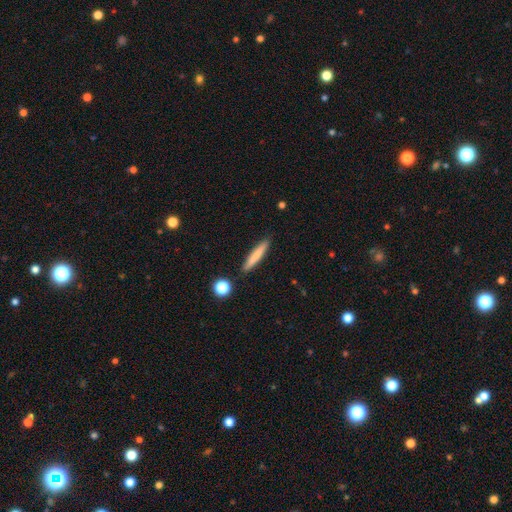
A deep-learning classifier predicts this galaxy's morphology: A smooth galaxy with no disk features (76%) that is cigar-shaped (93%).

Vote fractions:
- Smooth or featured? smooth: 76% / featured or disk: 17% / star or artifact: 6%
- How rounded? cigar-shaped: 93% / in between: 6% / round: 1%
- Merging? none: 90% / minor disturbance: 7% / merger: 2% / major disturbance: 2%